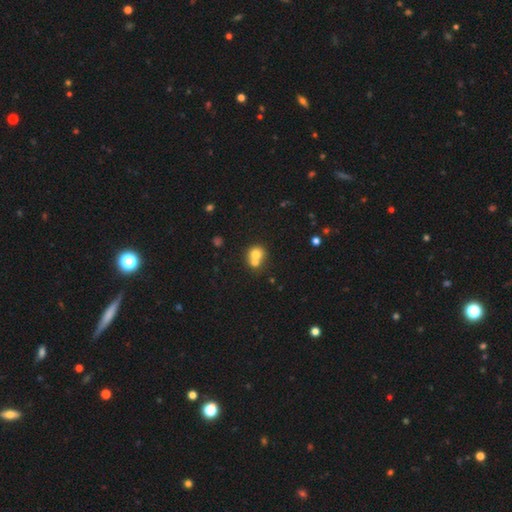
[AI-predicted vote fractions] The model was most divided on "merging": merger: 59%, none: 33%, minor disturbance: 6%, major disturbance: 3%. More confident: how rounded — round (77%); smooth or featured — smooth (72%).